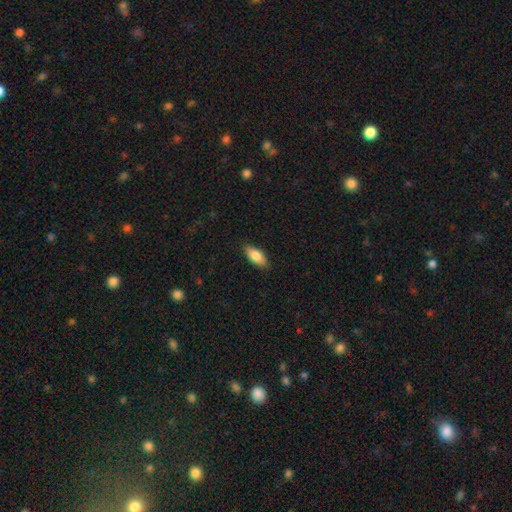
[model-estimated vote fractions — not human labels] This is clearly a smooth galaxy (80%). How rounded: clearly in between (84%). Merging: clearly none (87%).